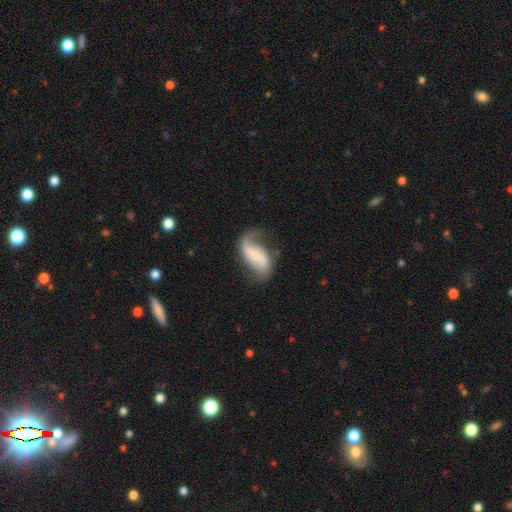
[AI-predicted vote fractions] Smooth or featured?
  - featured or disk: 78% *
  - smooth: 16%
  - star or artifact: 6%
Edge-on disk?
  - no: 96% *
  - yes: 4%
Bar?
  - weak: 41% *
  - strong: 32%
  - no: 27%
Spiral arms?
  - yes: 93% *
  - no: 7%
Spiral winding?
  - loose: 71% *
  - medium: 23%
  - tight: 7%
Spiral arm count?
  - 2: 76% *
  - 1: 18%
  - can't tell: 4%
  - 3: 1%
  - 4: 1%
  - more than 4: 1%
Bulge size?
  - small: 51% *
  - moderate: 30%
  - none: 12%
  - large: 5%
  - dominant: 2%
Merging?
  - none: 54% *
  - minor disturbance: 24%
  - major disturbance: 20%
  - merger: 2%